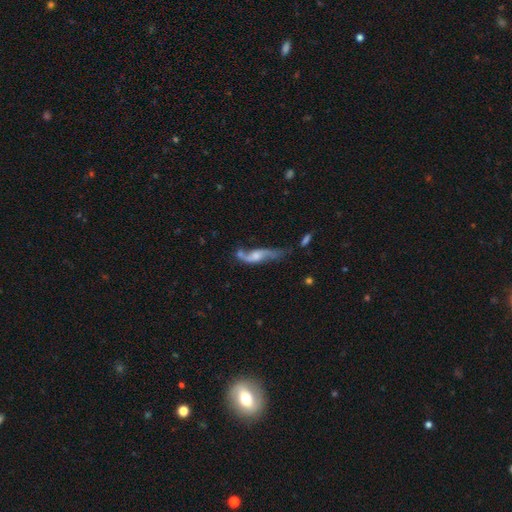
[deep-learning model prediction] This is likely a featured or disk galaxy (71%). It is likely not viewed edge-on (75%). Bar: possibly no (60%). Spiral arm pattern: clearly yes (86%). Central bulge: marginally moderate (43%). Merging: marginally none (42%).